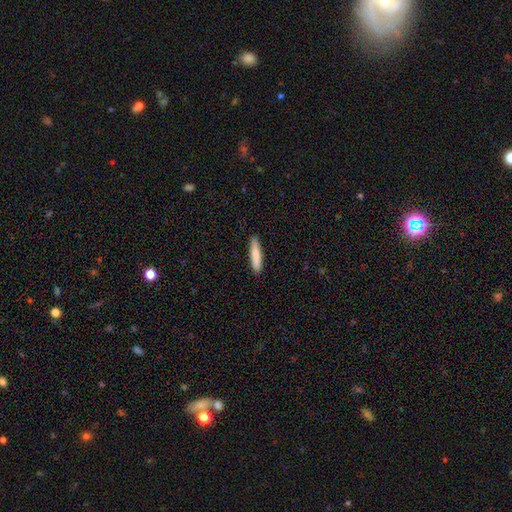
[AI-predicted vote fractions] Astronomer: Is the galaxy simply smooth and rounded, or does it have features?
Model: smooth — 82%.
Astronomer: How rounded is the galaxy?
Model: cigar-shaped — 89%.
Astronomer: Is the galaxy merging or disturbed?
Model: none — 88%.